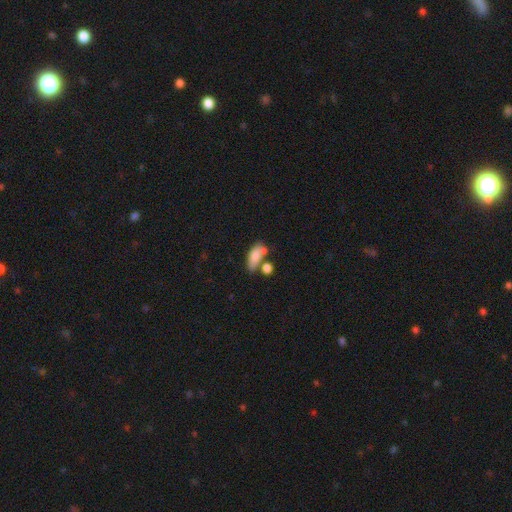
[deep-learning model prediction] This is likely a smooth galaxy (80%). How rounded: clearly in between (83%). Merging: marginally none (43%).